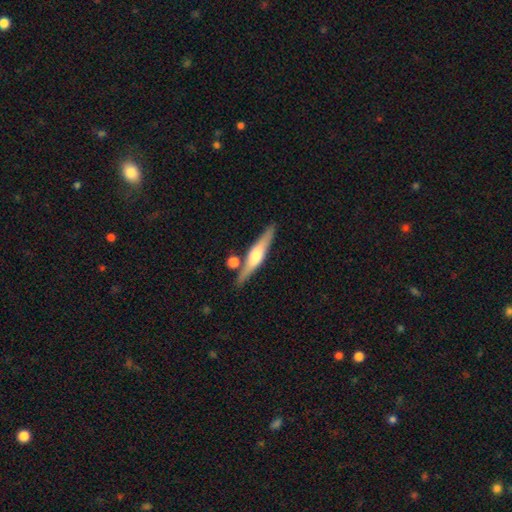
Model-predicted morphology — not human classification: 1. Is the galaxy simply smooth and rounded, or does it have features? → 64% featured or disk, 30% smooth, 6% star or artifact.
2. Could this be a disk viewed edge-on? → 96% yes, 4% no.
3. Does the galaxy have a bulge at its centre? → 86% rounded, 9% boxy, 5% none.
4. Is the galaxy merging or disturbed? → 79% none, 10% minor disturbance, 9% merger, 2% major disturbance.